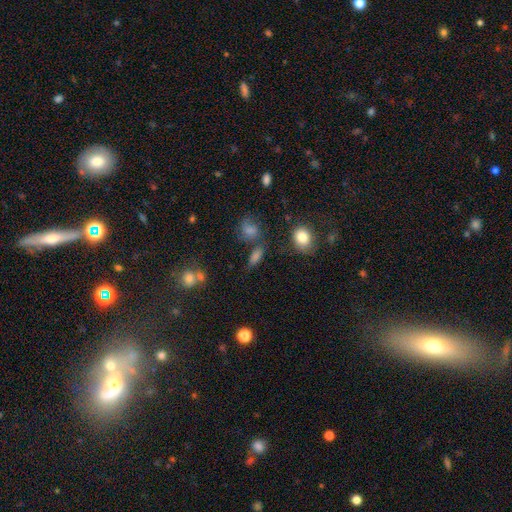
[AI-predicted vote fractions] Smooth or featured? smooth (63%)
How rounded? in between (59%)
Merging? none (64%)